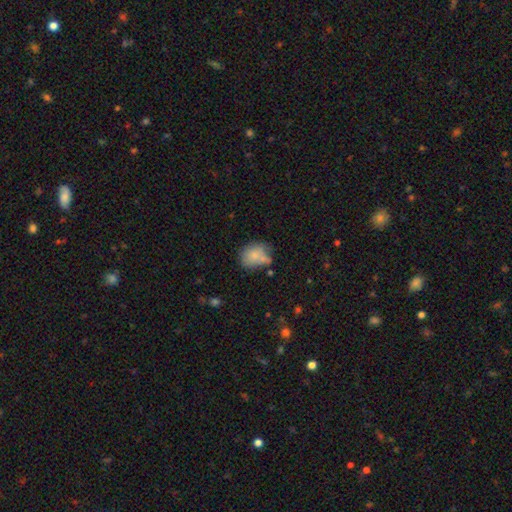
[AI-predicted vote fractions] Morphology: type=smooth (77%); roundness=in between (51%); merging=none (45%).